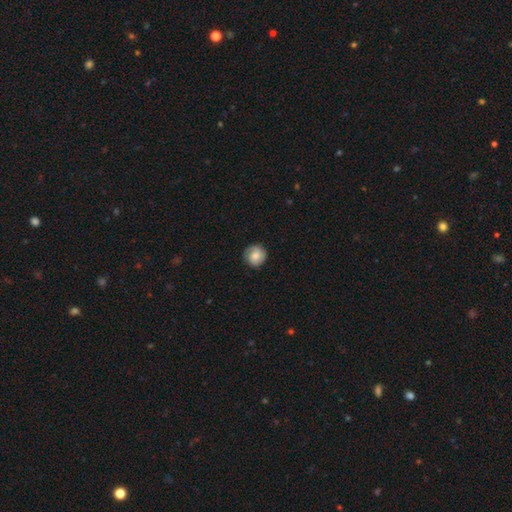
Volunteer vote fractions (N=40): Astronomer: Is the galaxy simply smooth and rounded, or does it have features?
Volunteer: smooth — 65%.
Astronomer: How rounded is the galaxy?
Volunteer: round — 100%.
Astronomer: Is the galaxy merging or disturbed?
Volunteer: none — 78%.